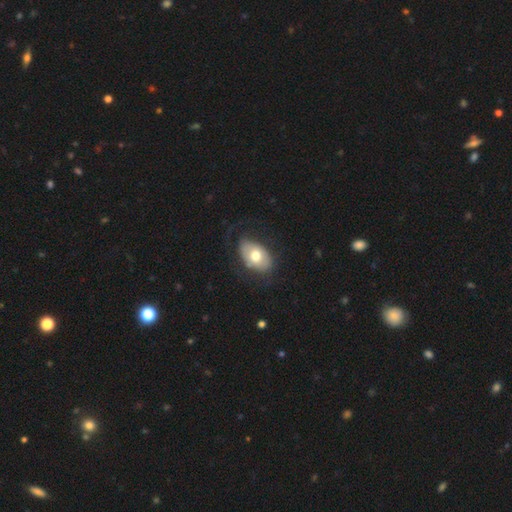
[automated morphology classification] Smooth or featured? Predicted: smooth (p=0.62). How rounded? Predicted: in between (p=0.89). Merging? Predicted: none (p=0.70).